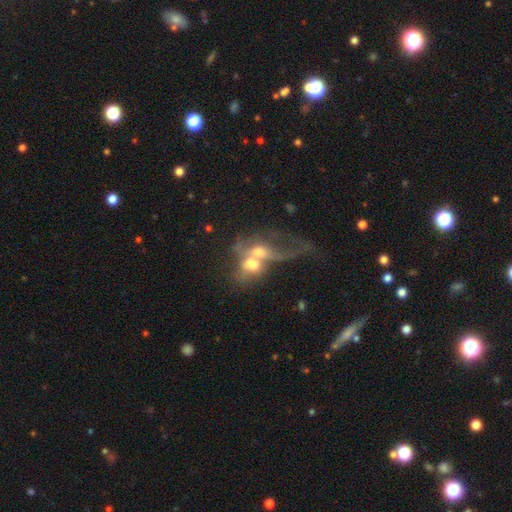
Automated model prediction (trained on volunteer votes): A featured or disk galaxy (50%). Merging: merger (75%).